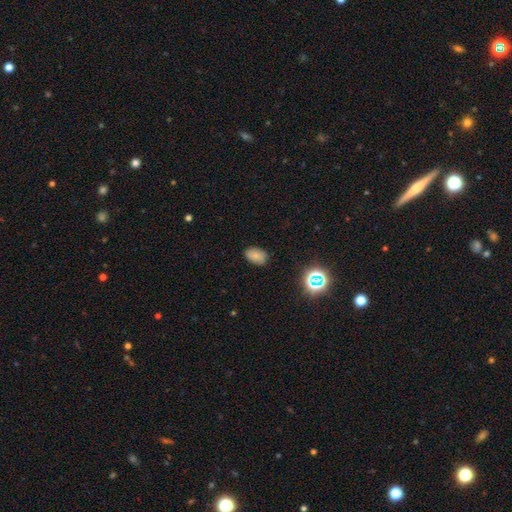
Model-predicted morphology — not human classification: This appears to be a smooth galaxy with no disk features (75%) that is in between round and cigar-shaped (86%). Merging: none (79%).